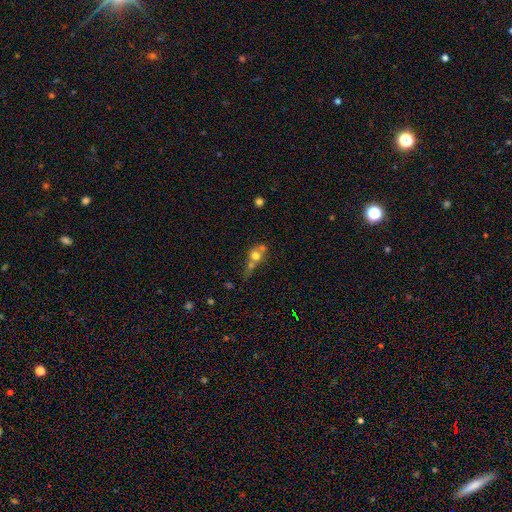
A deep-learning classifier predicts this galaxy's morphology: This is likely a smooth galaxy (64%). How rounded: likely round (71%). Merging: possibly merger (55%).